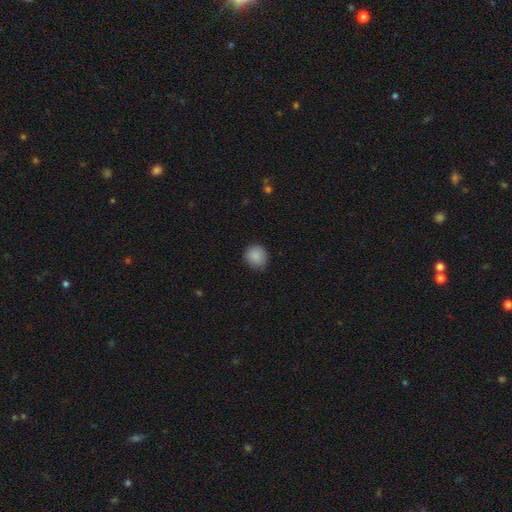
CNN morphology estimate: A smooth galaxy with no disk features (88%) that is round (88%).

Vote fractions:
- Smooth or featured? smooth: 88% / star or artifact: 8% / featured or disk: 4%
- How rounded? round: 88% / in between: 11% / cigar-shaped: 1%
- Merging? none: 84% / minor disturbance: 12% / major disturbance: 3% / merger: 1%